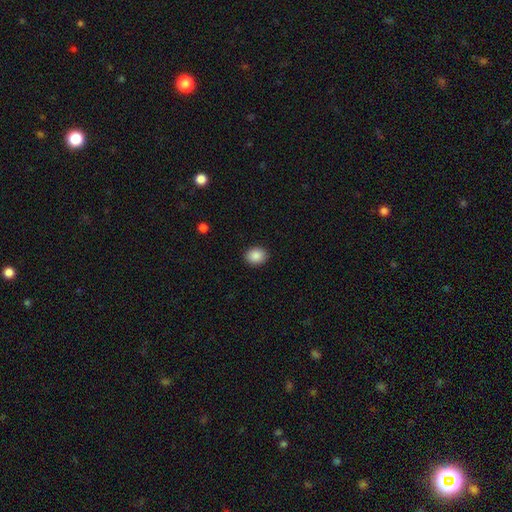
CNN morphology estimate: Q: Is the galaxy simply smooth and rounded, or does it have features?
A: smooth — 88%.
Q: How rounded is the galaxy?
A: round — 53%.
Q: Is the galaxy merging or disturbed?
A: none — 91%.